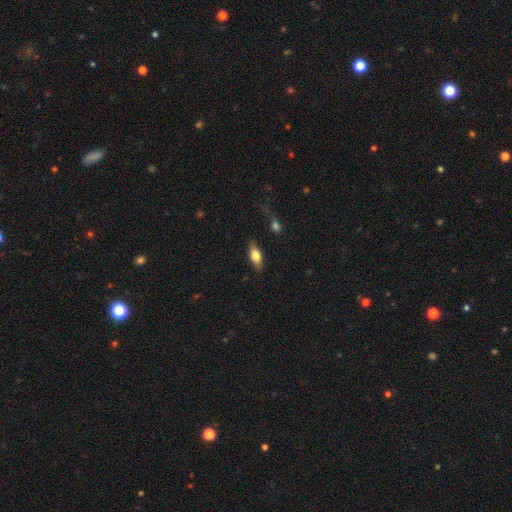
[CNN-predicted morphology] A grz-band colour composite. It shows a smooth galaxy with no disk features (65%) that is in between round and cigar-shaped (77%). Merging: none (82%).